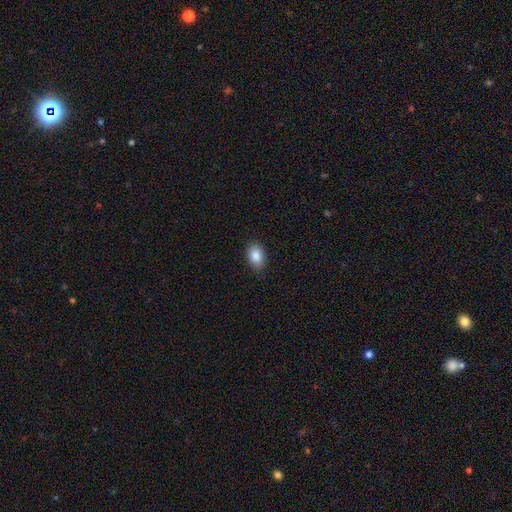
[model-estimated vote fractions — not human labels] This is clearly a smooth galaxy (87%). How rounded: clearly in between (87%). Merging: clearly none (87%).